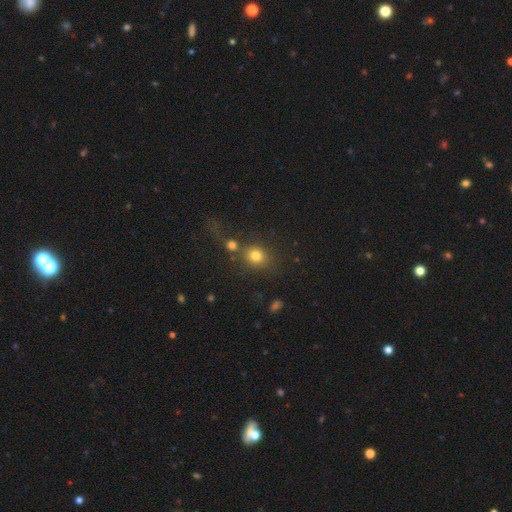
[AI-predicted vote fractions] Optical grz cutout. It shows a smooth galaxy with no disk features (78%) that is round (70%). Merging: none (54%).